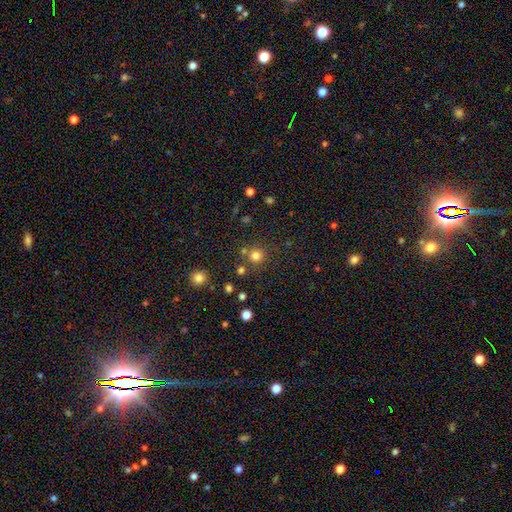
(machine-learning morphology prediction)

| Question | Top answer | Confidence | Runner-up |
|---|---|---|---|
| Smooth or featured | smooth | 77% | star or artifact (17%) |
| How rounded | round | 92% | in between (7%) |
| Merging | none | 73% | merger (14%) |